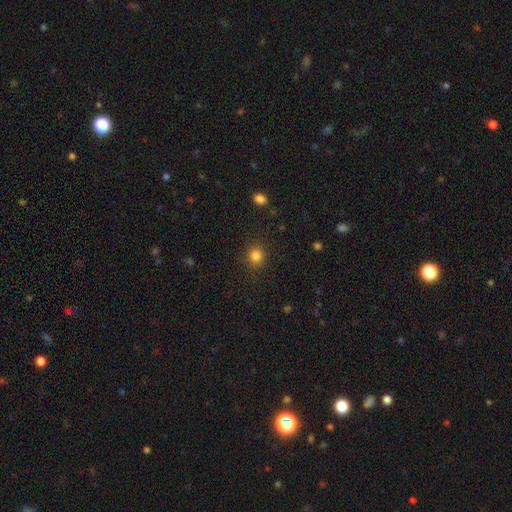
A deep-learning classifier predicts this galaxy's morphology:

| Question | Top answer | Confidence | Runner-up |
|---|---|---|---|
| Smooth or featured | smooth | 83% | star or artifact (13%) |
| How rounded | round | 84% | in between (15%) |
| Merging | none | 87% | minor disturbance (8%) |